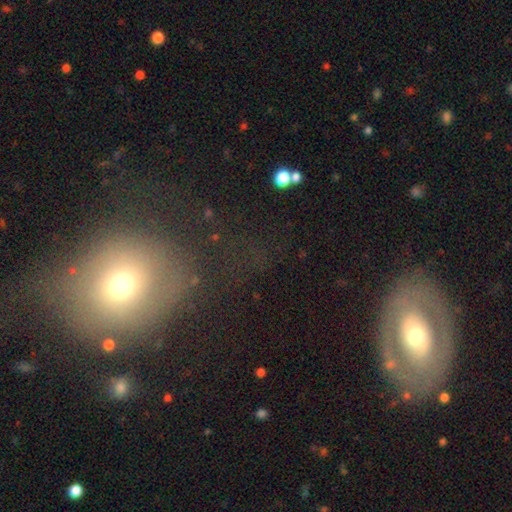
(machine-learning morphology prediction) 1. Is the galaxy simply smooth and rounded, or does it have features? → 44% smooth, 30% featured or disk, 26% star or artifact.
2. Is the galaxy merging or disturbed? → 57% none, 18% major disturbance, 16% minor disturbance, 8% merger.